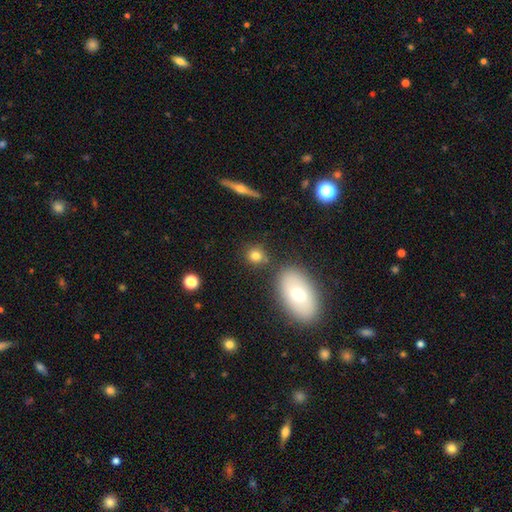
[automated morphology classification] Smooth or featured? Predicted: smooth (p=0.79). How rounded? Predicted: round (p=0.80). Merging? Predicted: none (p=0.77).